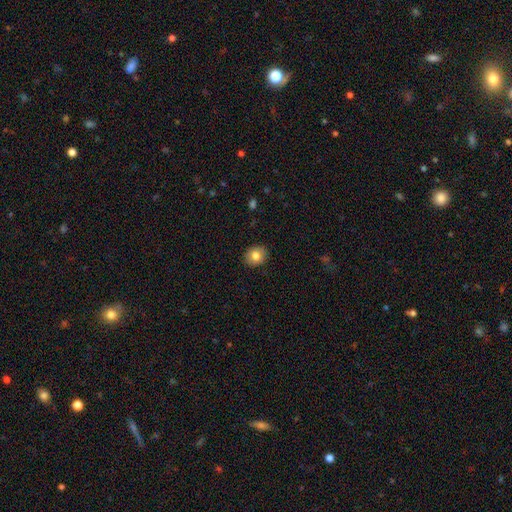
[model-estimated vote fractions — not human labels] A smooth galaxy with no disk features (80%) that is round (67%). Merging: none (90%).